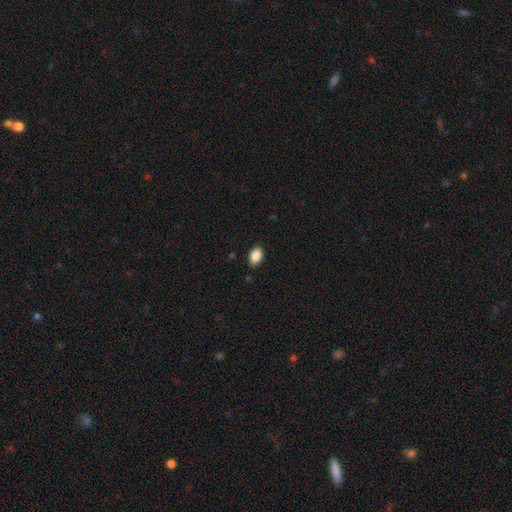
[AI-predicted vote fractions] A smooth galaxy with no disk features (88%) that is in between round and cigar-shaped (88%).

Vote fractions:
- Smooth or featured? smooth: 88% / star or artifact: 8% / featured or disk: 4%
- How rounded? in between: 88% / round: 10% / cigar-shaped: 1%
- Merging? none: 87% / minor disturbance: 10% / major disturbance: 2% / merger: 1%